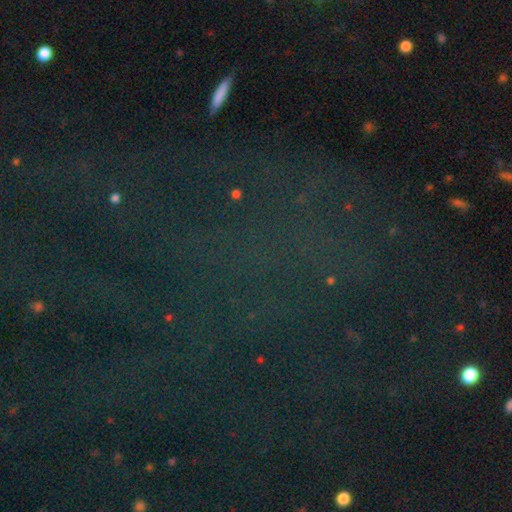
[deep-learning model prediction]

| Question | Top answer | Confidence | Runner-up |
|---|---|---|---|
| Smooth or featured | star or artifact | 80% | smooth (12%) |